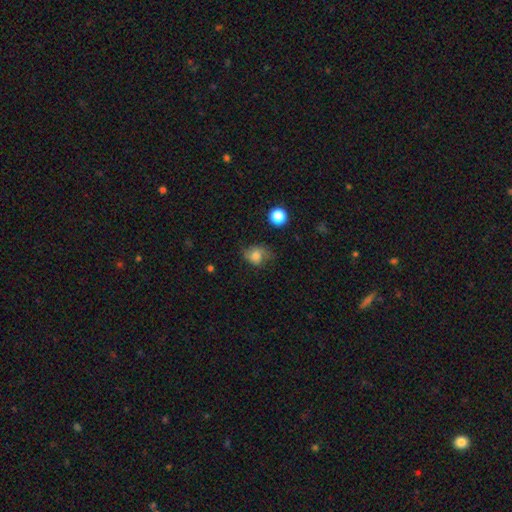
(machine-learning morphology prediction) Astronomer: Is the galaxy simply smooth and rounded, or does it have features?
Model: smooth — 74%.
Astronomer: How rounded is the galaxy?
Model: round — 50% (runner-up: in between, 49%).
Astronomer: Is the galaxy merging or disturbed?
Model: none — 54% (runner-up: minor disturbance, 31%).